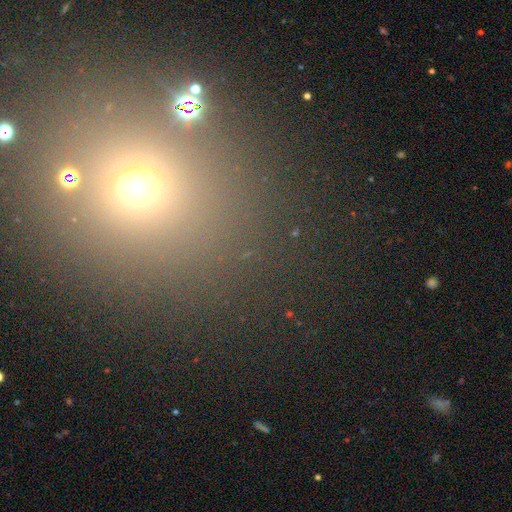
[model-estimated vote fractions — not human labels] smooth-or-featured: smooth: 50% | star or artifact: 41% | featured or disk: 9%
  how-rounded: round: 81% | in between: 18% | cigar-shaped: 1%
  merging: none: 81% | minor disturbance: 8% | merger: 7% | major disturbance: 4%